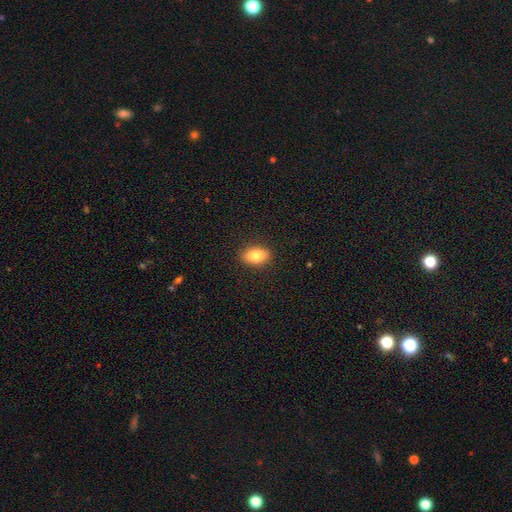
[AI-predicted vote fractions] Morphology: type=smooth (81%); roundness=in between (86%); merging=none (89%).